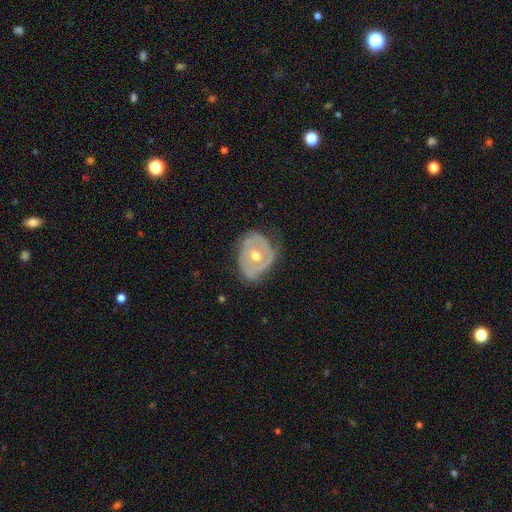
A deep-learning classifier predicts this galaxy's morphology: A featured or disk galaxy (69%) with no bar (78%), no spiral arms (52%) and a moderate central bulge (73%). Merging: none (57%).